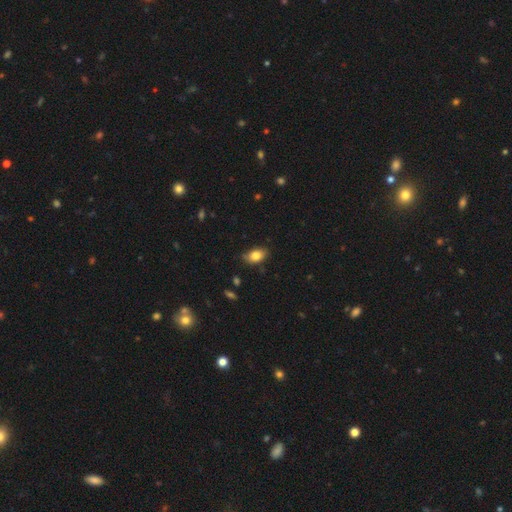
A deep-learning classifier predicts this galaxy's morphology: The model was most divided on "merging": none: 76%, minor disturbance: 20%, major disturbance: 3%, merger: 1%. More confident: how rounded — in between (86%); smooth or featured — smooth (83%).